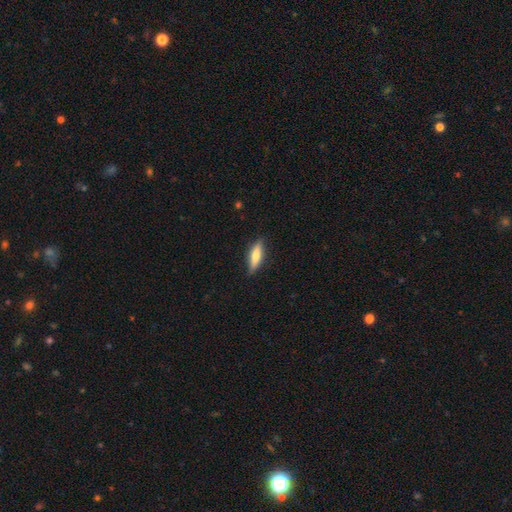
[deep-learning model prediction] Overall: smooth (64%; featured or disk 30%). How rounded: cigar-shaped (60%; in between 38%). Merging: none (82%).